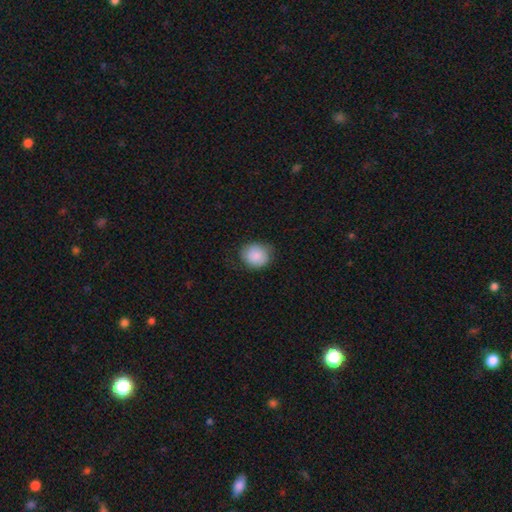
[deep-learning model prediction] smooth-or-featured: smooth: 86% | star or artifact: 7% | featured or disk: 6%
  how-rounded: round: 73% | in between: 26% | cigar-shaped: 1%
  merging: none: 77% | minor disturbance: 18% | major disturbance: 4% | merger: 1%